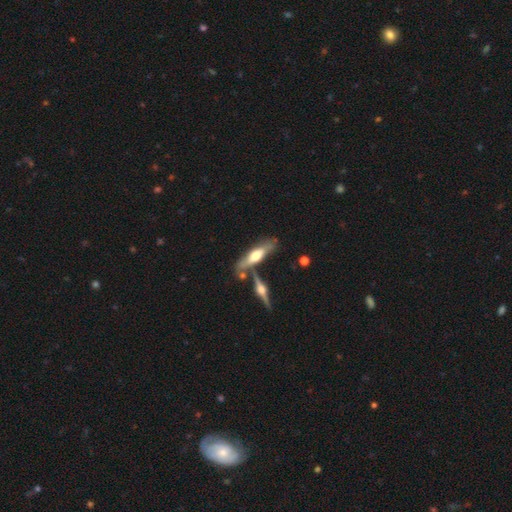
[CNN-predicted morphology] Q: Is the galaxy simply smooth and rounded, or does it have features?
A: featured or disk — 63%.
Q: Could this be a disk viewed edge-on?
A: yes — 92%.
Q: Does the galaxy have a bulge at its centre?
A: rounded — 91%.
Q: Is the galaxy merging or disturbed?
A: none — 61%.